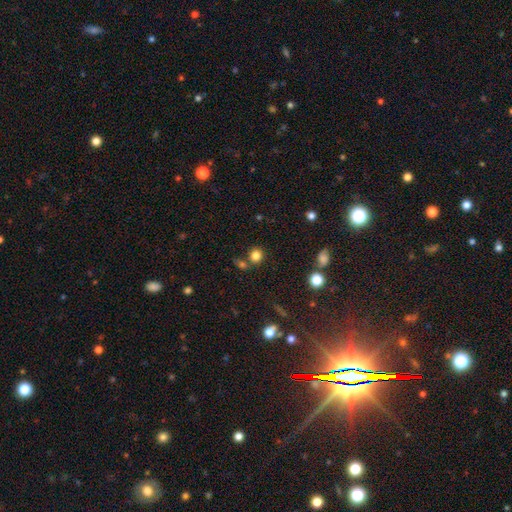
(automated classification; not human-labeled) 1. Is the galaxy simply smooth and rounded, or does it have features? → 81% smooth, 14% star or artifact, 6% featured or disk.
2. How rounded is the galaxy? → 85% round, 14% in between, 1% cigar-shaped.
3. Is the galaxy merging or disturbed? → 70% none, 17% merger, 9% minor disturbance, 4% major disturbance.